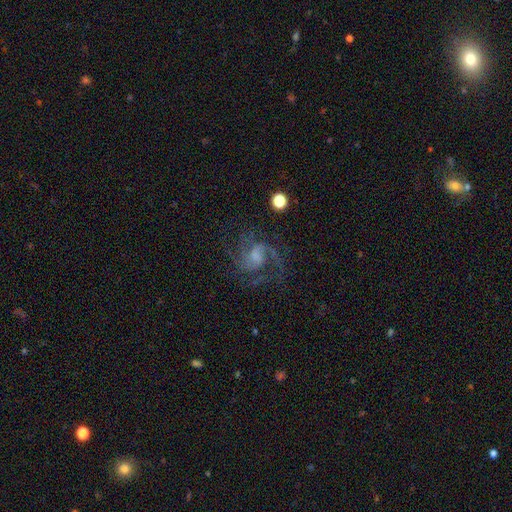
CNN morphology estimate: A featured or disk galaxy (84%) with no bar (47%), 2 (38%) medium (55%) spiral arms (96%) and a moderate central bulge (32%).

Vote fractions:
- Smooth or featured? featured or disk: 84% / smooth: 8% / star or artifact: 8%
- Edge-on disk? no: 98% / yes: 2%
- Bar? no: 47% / weak: 44% / strong: 10%
- Spiral arms? yes: 96% / no: 4%
- Spiral winding? medium: 55% / loose: 25% / tight: 20%
- Spiral arm count? 2: 38% / 3: 28% / can't tell: 14% / 1: 7% / 4: 7% / more than 4: 6%
- Bulge size? moderate: 32% / small: 29% / none: 26% / large: 11% / dominant: 2%
- Merging? none: 61% / major disturbance: 21% / minor disturbance: 16% / merger: 2%